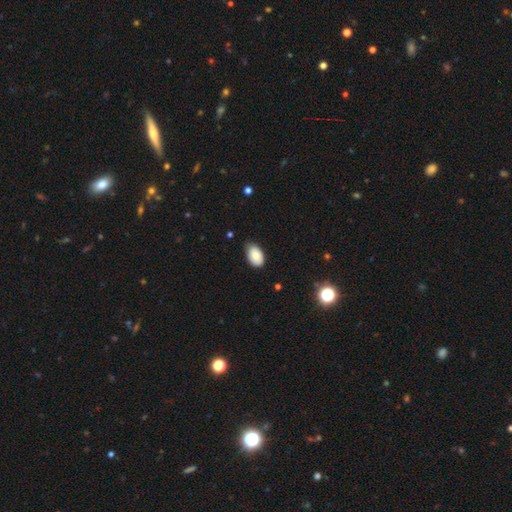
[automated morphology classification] A smooth galaxy with no disk features (80%) that is in between round and cigar-shaped (92%). Merging: none (75%).